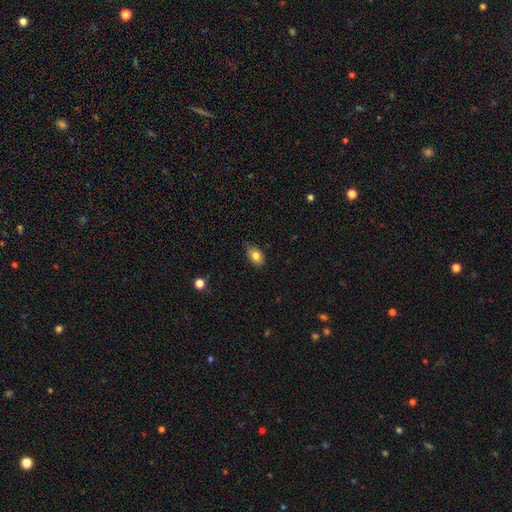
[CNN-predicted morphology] A smooth galaxy with no disk features (82%) that is in between round and cigar-shaped (85%).

Vote fractions:
- Smooth or featured? smooth: 82% / featured or disk: 10% / star or artifact: 9%
- How rounded? in between: 85% / round: 13% / cigar-shaped: 2%
- Merging? none: 72% / minor disturbance: 23% / major disturbance: 3% / merger: 1%